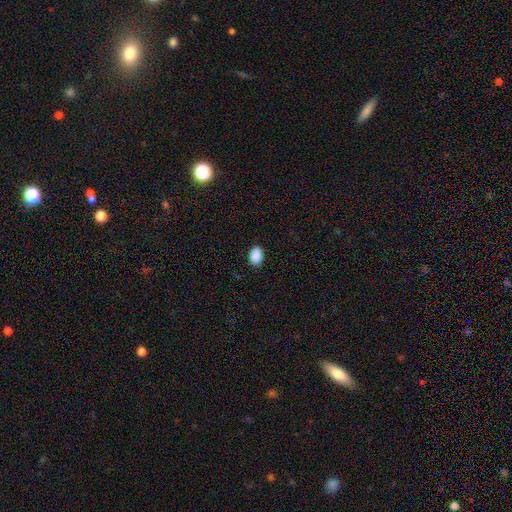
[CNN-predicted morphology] Overall: smooth (89%). How rounded: in between (88%). Merging: none (89%).